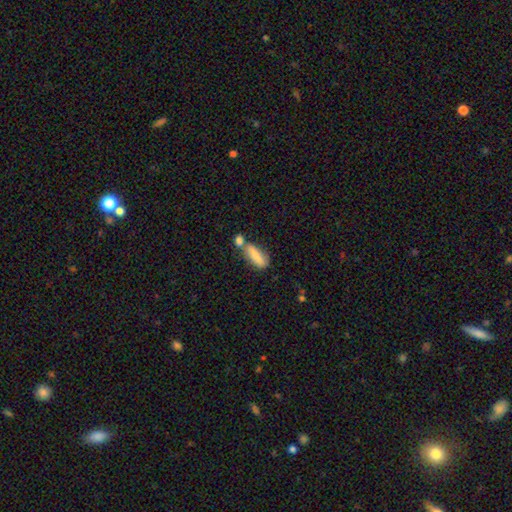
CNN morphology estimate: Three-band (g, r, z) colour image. It shows a smooth galaxy with no disk features (76%) that is in between round and cigar-shaped (63%). Merging: none (40%, tied with merger).